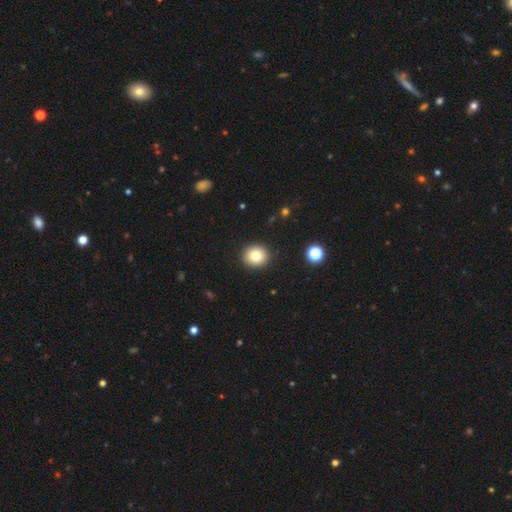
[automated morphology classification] smooth_or_featured: smooth (p=0.80) [alt: star or artifact p=0.11]
how_rounded: round (p=0.85) [alt: in between p=0.14]
merging: none (p=0.92) [alt: minor disturbance p=0.05]